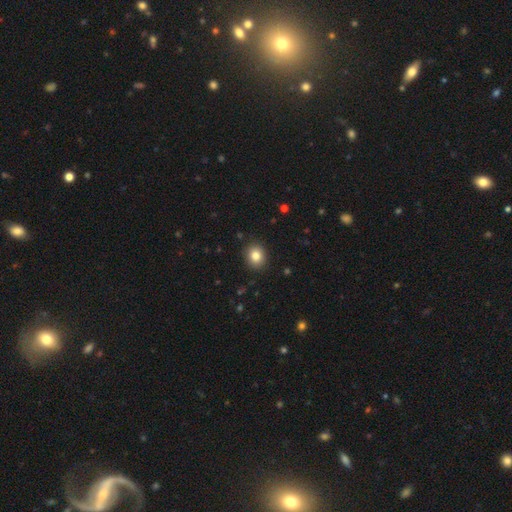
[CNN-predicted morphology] Overall: smooth (84%). How rounded: round (68%; in between 31%). Merging: none (90%).